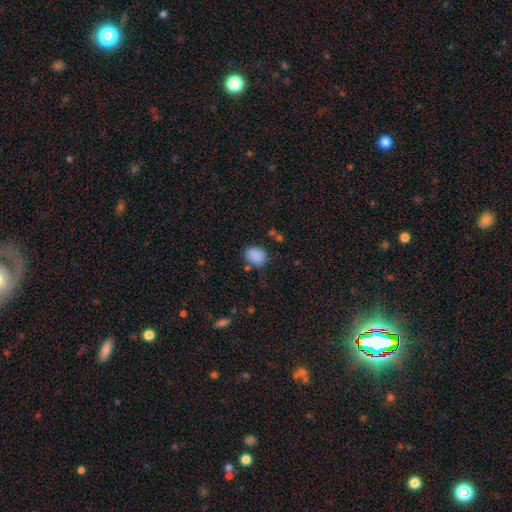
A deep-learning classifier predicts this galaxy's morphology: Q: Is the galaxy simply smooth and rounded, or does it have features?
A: smooth — 87%.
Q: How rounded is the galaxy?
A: in between — 53%.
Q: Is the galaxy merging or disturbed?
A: none — 73%.